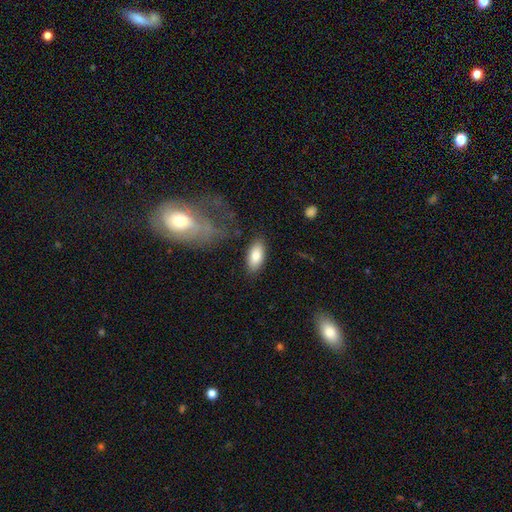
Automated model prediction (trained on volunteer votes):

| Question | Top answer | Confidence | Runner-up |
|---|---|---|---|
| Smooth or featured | smooth | 82% | featured or disk (11%) |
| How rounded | in between | 89% | cigar-shaped (9%) |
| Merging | none | 84% | minor disturbance (11%) |